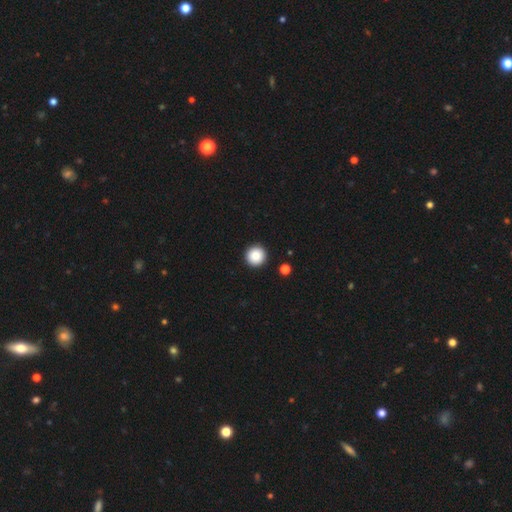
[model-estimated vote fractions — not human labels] Overall: smooth (85%). How rounded: round (96%). Merging: none (93%).